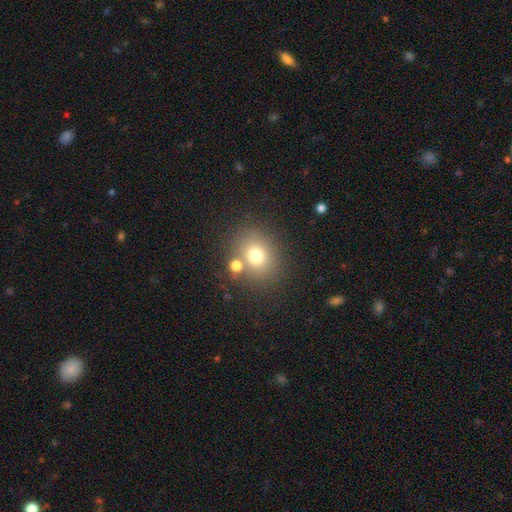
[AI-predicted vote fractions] The model was most divided on "how rounded": round: 67%, in between: 32%, cigar-shaped: 1%. More confident: smooth or featured — smooth (74%); merging — none (69%).